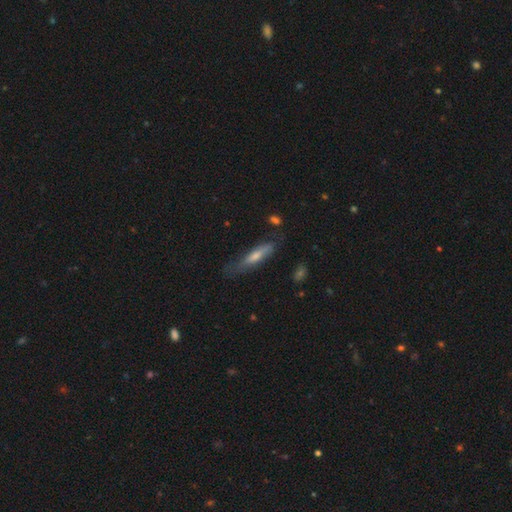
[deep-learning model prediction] Morphology: type=smooth (49%); merging=none (65%).